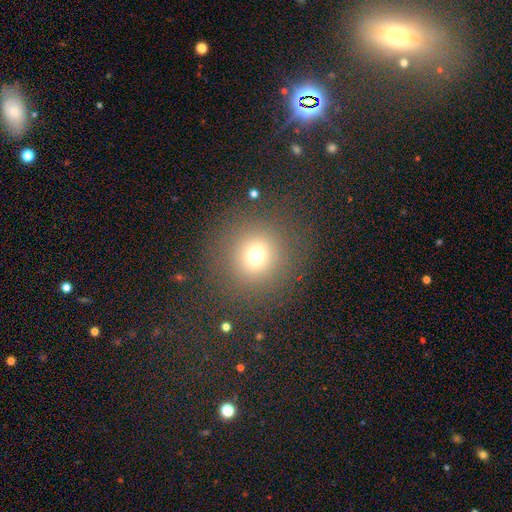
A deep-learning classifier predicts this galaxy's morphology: A smooth galaxy with no disk features (70%) that is round (92%).

Vote fractions:
- Smooth or featured? smooth: 70% / star or artifact: 20% / featured or disk: 10%
- How rounded? round: 92% / in between: 7% / cigar-shaped: 1%
- Merging? none: 85% / minor disturbance: 8% / major disturbance: 6% / merger: 2%